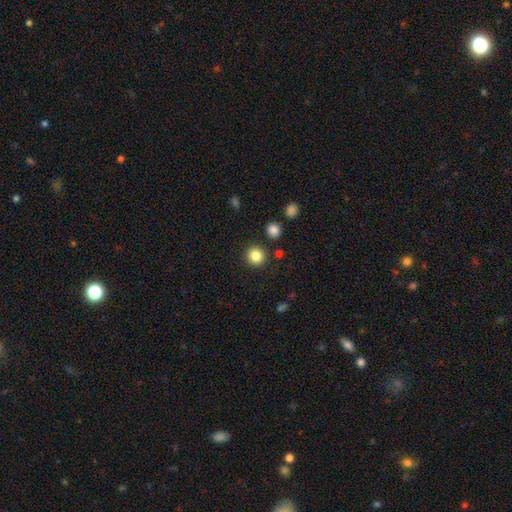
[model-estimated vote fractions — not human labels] Q: Smooth or featured?
A: smooth (85%); runner-up: star or artifact (11%)
Q: How rounded?
A: round (94%); runner-up: in between (5%)
Q: Merging?
A: none (90%); runner-up: minor disturbance (5%)